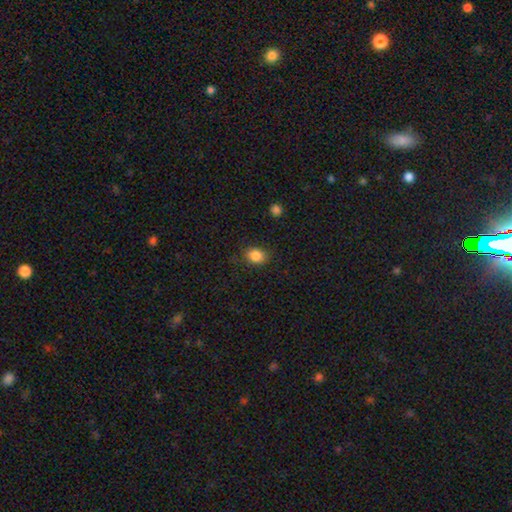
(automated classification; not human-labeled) A smooth galaxy with no disk features (85%) that is in between round and cigar-shaped (54%).

Vote fractions:
- Smooth or featured? smooth: 85% / star or artifact: 10% / featured or disk: 5%
- How rounded? in between: 54% / round: 45% / cigar-shaped: 1%
- Merging? none: 81% / minor disturbance: 14% / major disturbance: 4% / merger: 1%